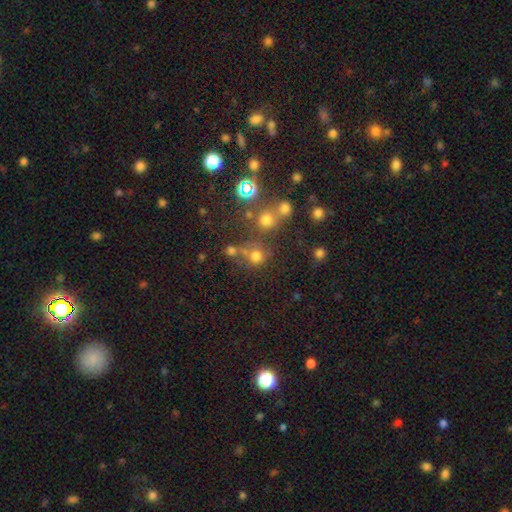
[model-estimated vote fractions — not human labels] A smooth galaxy with no disk features (66%) that is round (86%).

Vote fractions:
- Smooth or featured? smooth: 66% / star or artifact: 24% / featured or disk: 10%
- How rounded? round: 86% / in between: 12% / cigar-shaped: 1%
- Merging? none: 57% / merger: 25% / minor disturbance: 11% / major disturbance: 7%